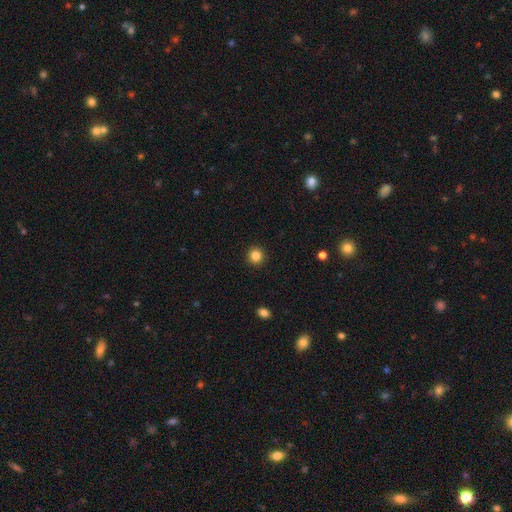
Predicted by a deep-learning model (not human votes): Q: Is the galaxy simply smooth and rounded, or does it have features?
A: smooth — 85%.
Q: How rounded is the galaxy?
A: round — 94%.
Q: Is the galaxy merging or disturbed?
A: none — 93%.